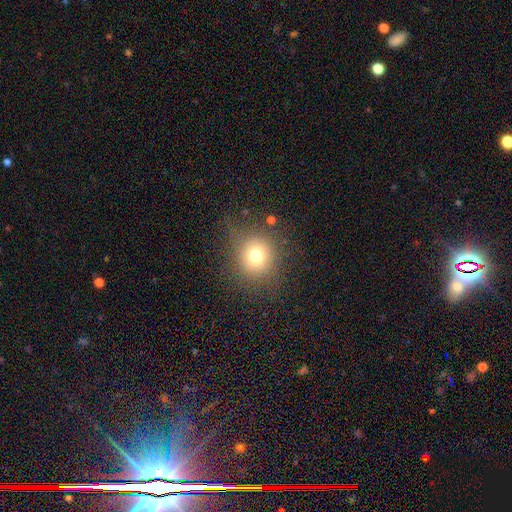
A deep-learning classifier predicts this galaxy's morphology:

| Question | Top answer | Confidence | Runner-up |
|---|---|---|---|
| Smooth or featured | smooth | 71% | star or artifact (16%) |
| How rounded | round | 87% | in between (12%) |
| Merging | none | 77% | minor disturbance (13%) |